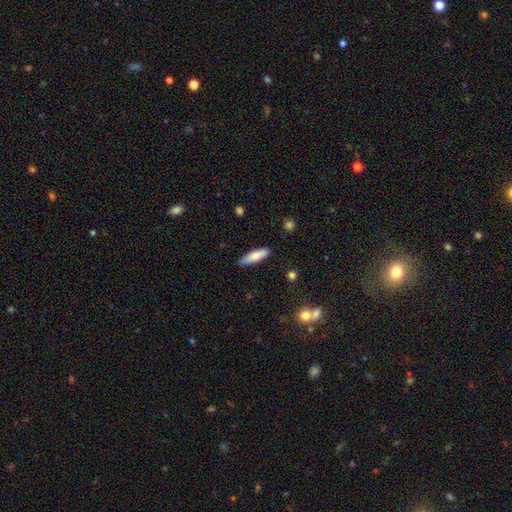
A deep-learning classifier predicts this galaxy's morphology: smooth_or_featured: smooth (p=0.76) [alt: featured or disk p=0.18]
how_rounded: cigar-shaped (p=0.61) [alt: in between p=0.38]
merging: none (p=0.83) [alt: minor disturbance p=0.13]